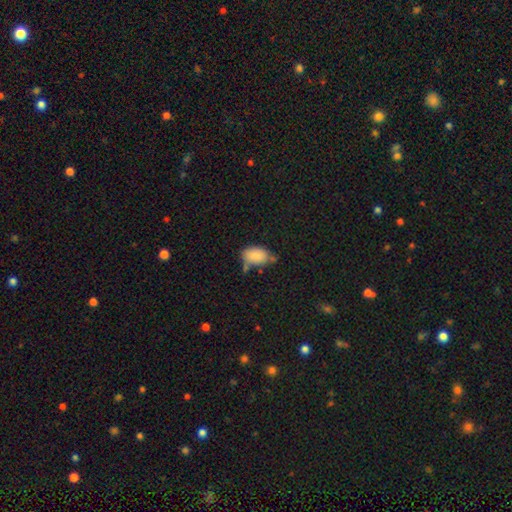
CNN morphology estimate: type=smooth (86%); roundness=in between (90%); merging=none (52%).